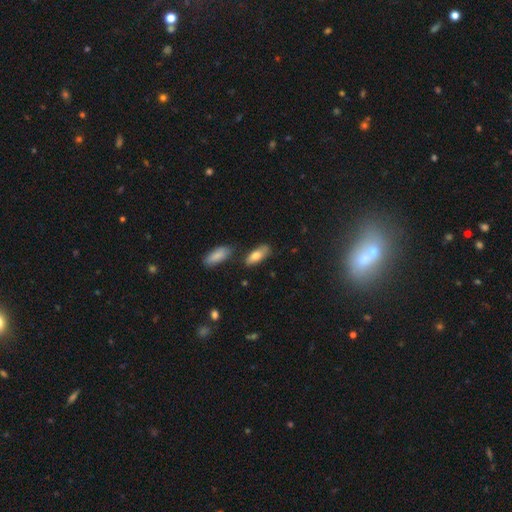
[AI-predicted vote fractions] smooth-or-featured: smooth: 77% | featured or disk: 17% | star or artifact: 7%
  how-rounded: in between: 76% | cigar-shaped: 22% | round: 2%
  merging: none: 71% | minor disturbance: 18% | merger: 7% | major disturbance: 4%